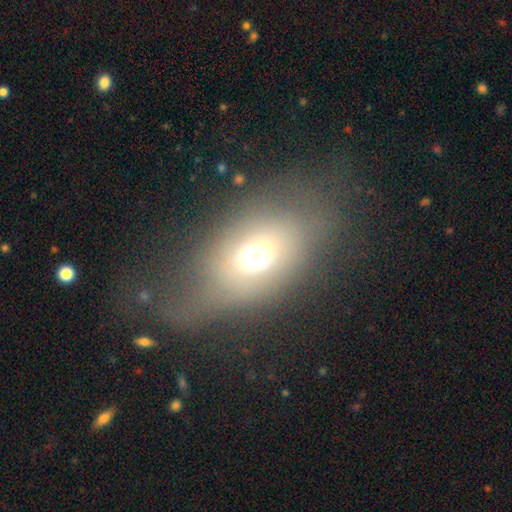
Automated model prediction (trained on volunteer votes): smooth-or-featured: smooth: 61% | featured or disk: 25% | star or artifact: 14%
  how-rounded: in between: 79% | round: 17% | cigar-shaped: 3%
  merging: none: 47% | major disturbance: 26% | minor disturbance: 24% | merger: 3%